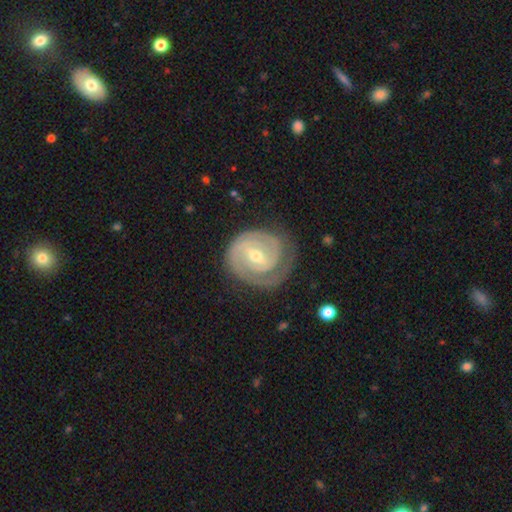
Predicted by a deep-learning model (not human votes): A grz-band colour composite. It shows a featured or disk galaxy (88%) with a weak bar (54%), 2 (56%) tight (74%) spiral arms (96%) and a moderate central bulge (51%). Merging: none (69%).